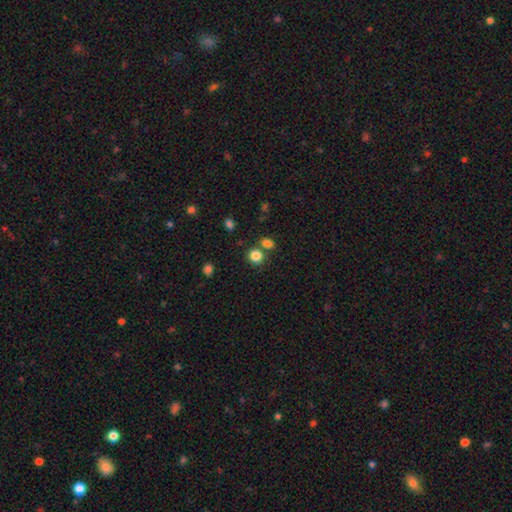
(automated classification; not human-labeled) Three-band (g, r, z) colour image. It shows a smooth galaxy with no disk features (84%) that is round (80%). Merging: none (67%).